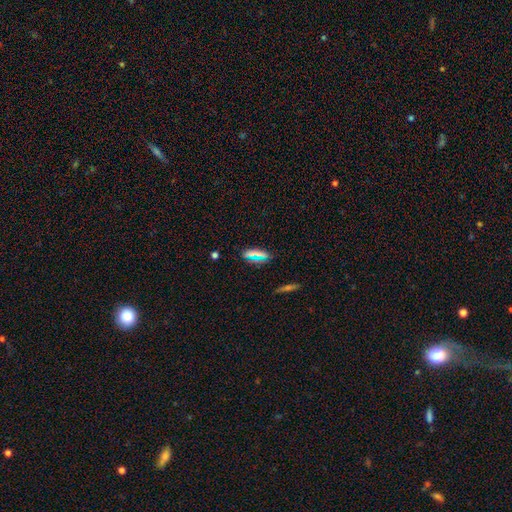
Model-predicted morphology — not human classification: The model was most divided on "smooth or featured": smooth: 66%, star or artifact: 22%, featured or disk: 12%. More confident: merging — none (79%); how rounded — in between (71%).